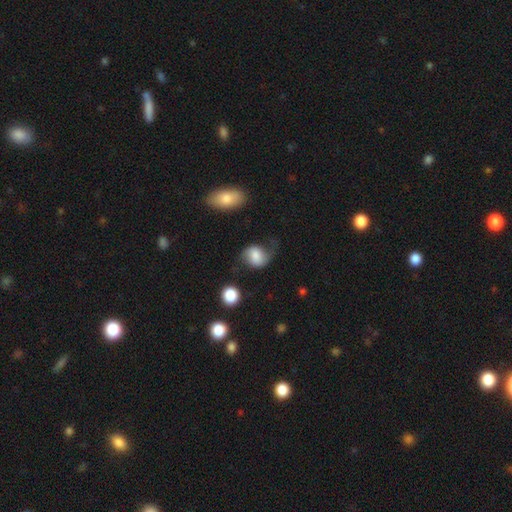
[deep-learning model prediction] A smooth galaxy with no disk features (57%) that is round (57%).

Vote fractions:
- Smooth or featured? smooth: 57% / featured or disk: 35% / star or artifact: 8%
- How rounded? round: 57% / in between: 42% / cigar-shaped: 1%
- Merging? none: 50% / minor disturbance: 28% / major disturbance: 18% / merger: 4%